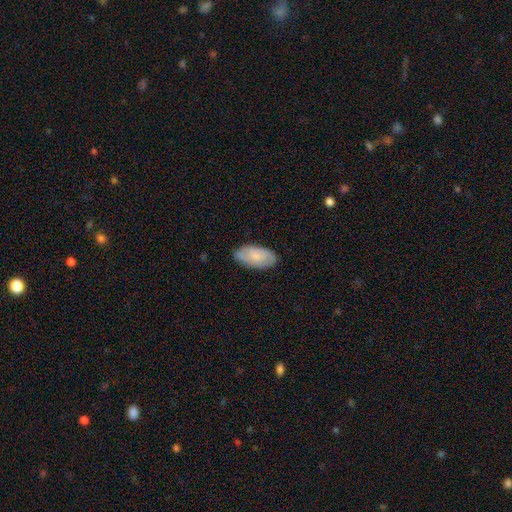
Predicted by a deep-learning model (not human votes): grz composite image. It shows a smooth galaxy with no disk features (72%) that is in between round and cigar-shaped (95%). Merging: none (81%).